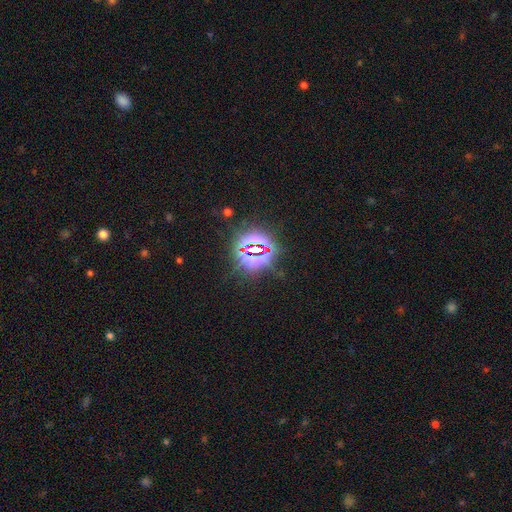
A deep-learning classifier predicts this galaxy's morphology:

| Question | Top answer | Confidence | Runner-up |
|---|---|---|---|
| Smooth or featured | star or artifact | 81% | smooth (11%) |